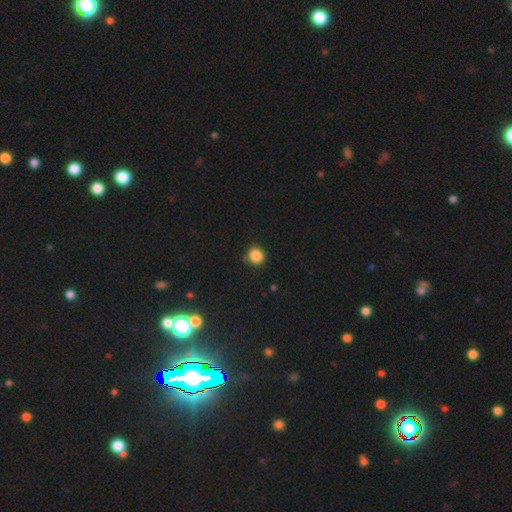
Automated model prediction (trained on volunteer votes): Smooth or featured? smooth (85%)
How rounded? round (90%)
Merging? none (82%)